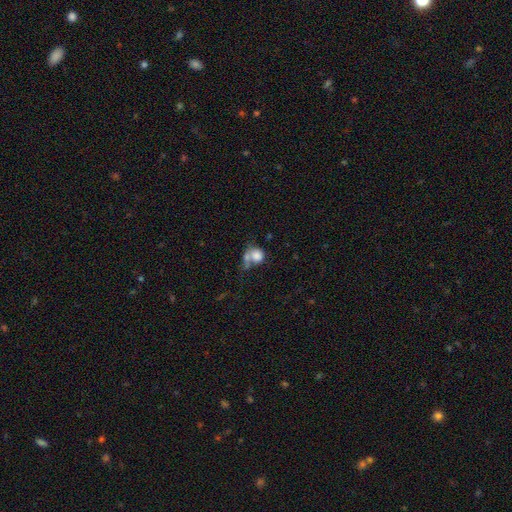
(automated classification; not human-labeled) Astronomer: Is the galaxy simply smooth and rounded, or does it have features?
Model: smooth — 76%.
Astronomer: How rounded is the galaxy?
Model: round — 70%.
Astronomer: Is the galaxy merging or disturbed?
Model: merger — 46% (runner-up: none, 28%).